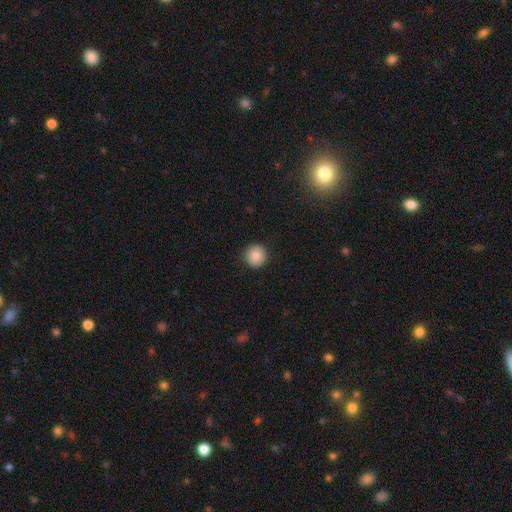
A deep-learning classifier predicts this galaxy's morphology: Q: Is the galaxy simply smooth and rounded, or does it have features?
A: smooth — 85%.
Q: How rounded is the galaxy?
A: round — 95%.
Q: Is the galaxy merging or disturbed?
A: none — 91%.